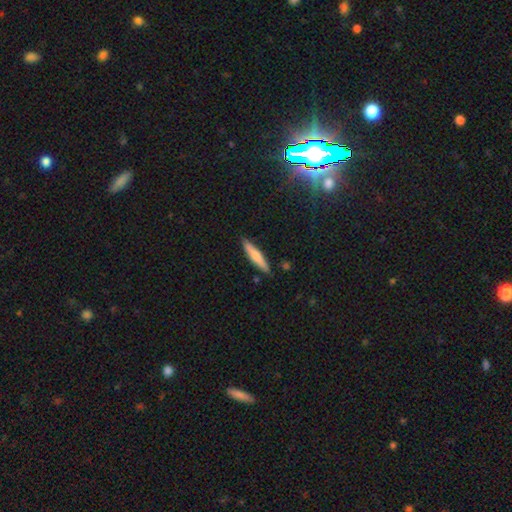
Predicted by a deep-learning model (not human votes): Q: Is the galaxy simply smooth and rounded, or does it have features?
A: smooth — 65%.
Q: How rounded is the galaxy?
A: cigar-shaped — 89%.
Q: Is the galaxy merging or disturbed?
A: none — 87%.